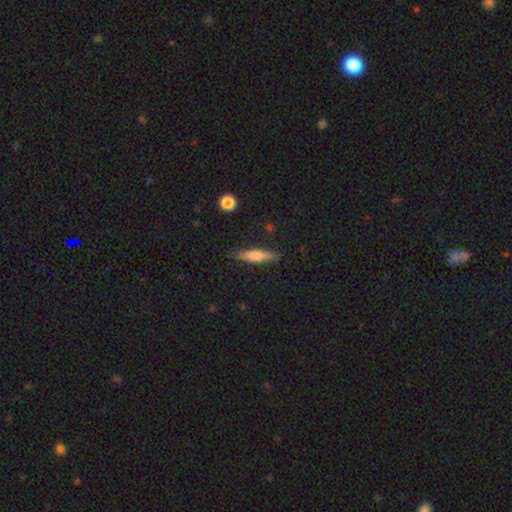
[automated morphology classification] This appears to be a smooth galaxy with no disk features (56%) that is cigar-shaped (81%). Merging: none (84%).